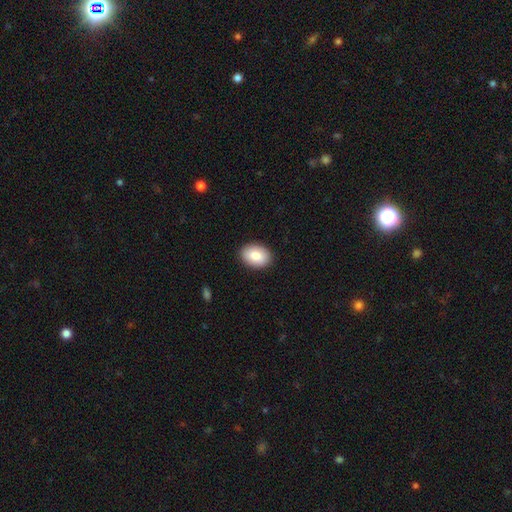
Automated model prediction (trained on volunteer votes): smooth_or_featured: smooth (p=0.83) [alt: featured or disk p=0.10]
how_rounded: in between (p=0.77) [alt: round p=0.23]
merging: none (p=0.90) [alt: minor disturbance p=0.07]